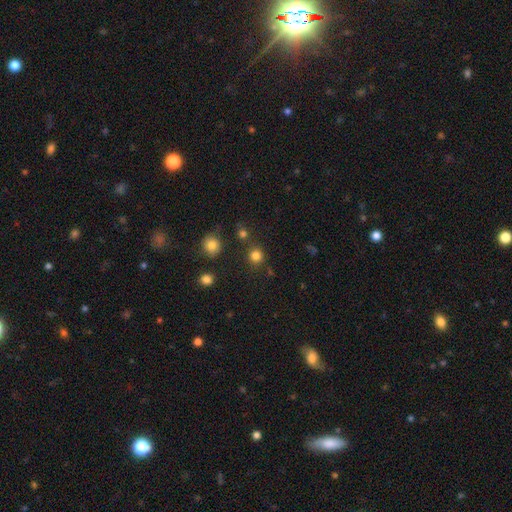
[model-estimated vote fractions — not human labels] Smooth or featured? Predicted: smooth (p=0.80). How rounded? Predicted: round (p=0.92). Merging? Predicted: none (p=0.82).